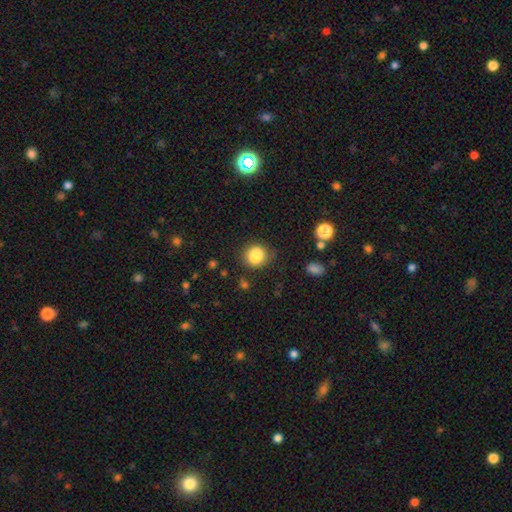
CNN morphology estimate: smooth-or-featured: smooth: 85% | star or artifact: 10% | featured or disk: 6%
  how-rounded: round: 62% | in between: 37% | cigar-shaped: 1%
  merging: none: 75% | minor disturbance: 16% | major disturbance: 5% | merger: 3%